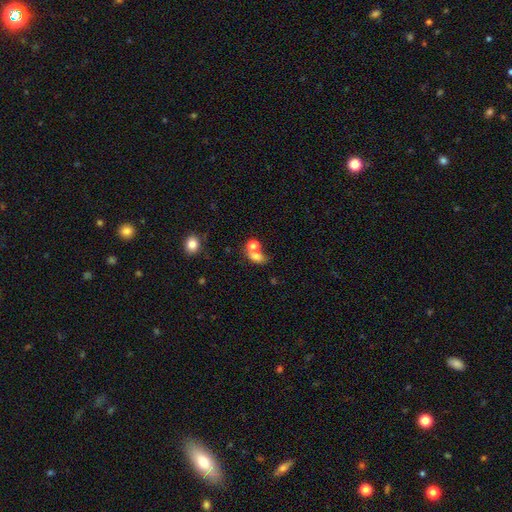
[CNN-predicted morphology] Smooth or featured? Predicted: smooth (p=0.72). How rounded? Predicted: in between (p=0.59). Merging? Predicted: merger (p=0.51).